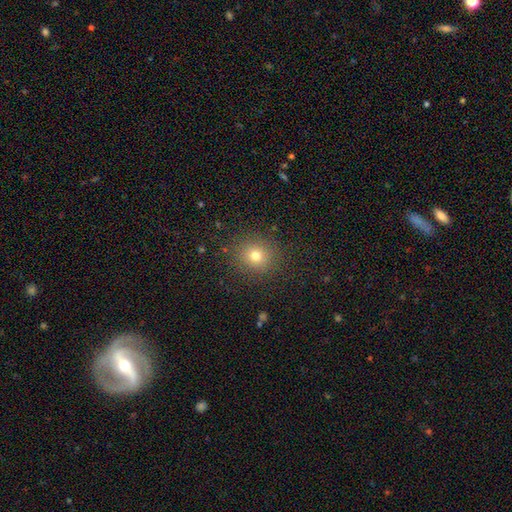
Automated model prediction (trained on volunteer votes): smooth_or_featured: smooth (p=0.75) [alt: star or artifact p=0.16]
how_rounded: round (p=0.85) [alt: in between p=0.14]
merging: none (p=0.87) [alt: minor disturbance p=0.08]